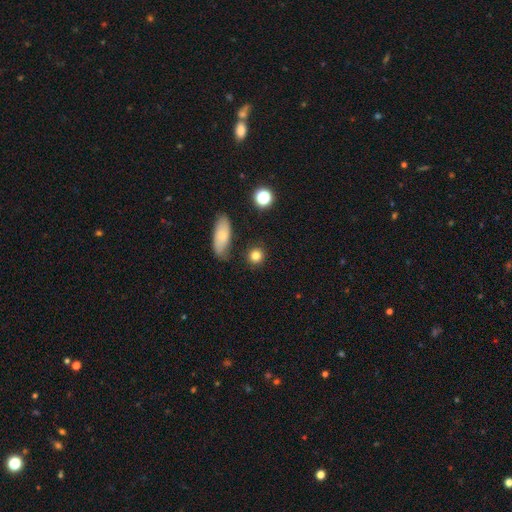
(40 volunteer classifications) Smooth or featured: smooth — 88% (featured or disk — 10%)
How rounded: round — 77% (in between — 20%)
Merging: none — 90% (minor disturbance — 5%)